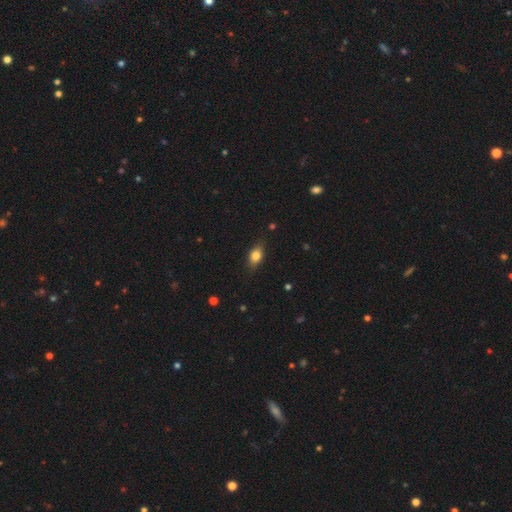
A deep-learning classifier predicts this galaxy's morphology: A smooth galaxy with no disk features (77%) that is in between round and cigar-shaped (80%). Merging: none (81%).